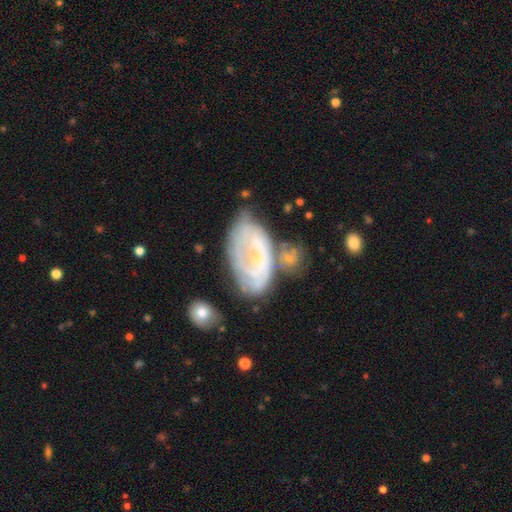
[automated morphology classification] A featured or disk galaxy (49%).

Vote fractions:
- Smooth or featured? featured or disk: 49% / smooth: 39% / star or artifact: 13%
- Merging? none: 40% / minor disturbance: 24% / major disturbance: 19% / merger: 18%